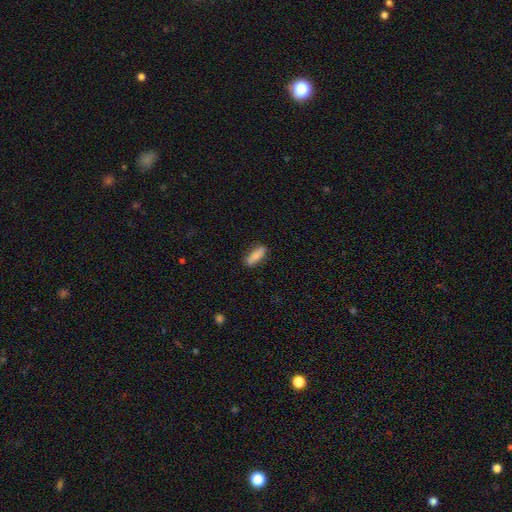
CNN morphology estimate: Smooth or featured?
  - smooth: 75% *
  - featured or disk: 19%
  - star or artifact: 6%
How rounded?
  - in between: 55% *
  - cigar-shaped: 42%
  - round: 3%
Merging?
  - none: 85% *
  - minor disturbance: 11%
  - major disturbance: 2%
  - merger: 1%